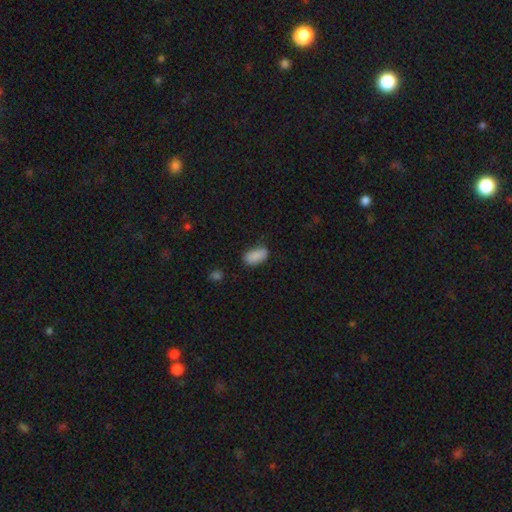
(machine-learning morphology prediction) The model was most divided on "merging": none: 68%, minor disturbance: 24%, major disturbance: 5%, merger: 2%. More confident: how rounded — in between (93%); smooth or featured — smooth (87%).